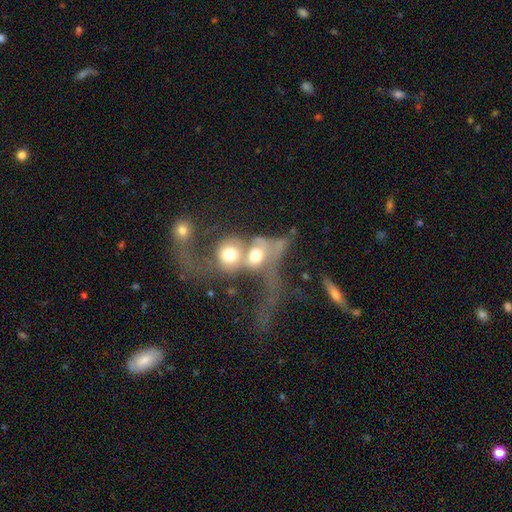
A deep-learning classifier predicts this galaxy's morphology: The model was most divided on "smooth or featured": smooth: 47%, featured or disk: 39%, star or artifact: 13%. More confident: merging — merger (77%).